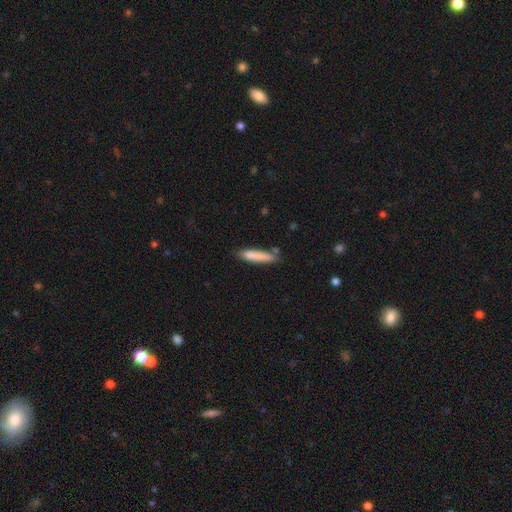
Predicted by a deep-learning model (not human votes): A smooth galaxy with no disk features (83%) that is cigar-shaped (85%).

Vote fractions:
- Smooth or featured? smooth: 83% / featured or disk: 11% / star or artifact: 6%
- How rounded? cigar-shaped: 85% / in between: 14% / round: 1%
- Merging? none: 72% / minor disturbance: 18% / merger: 6% / major disturbance: 4%